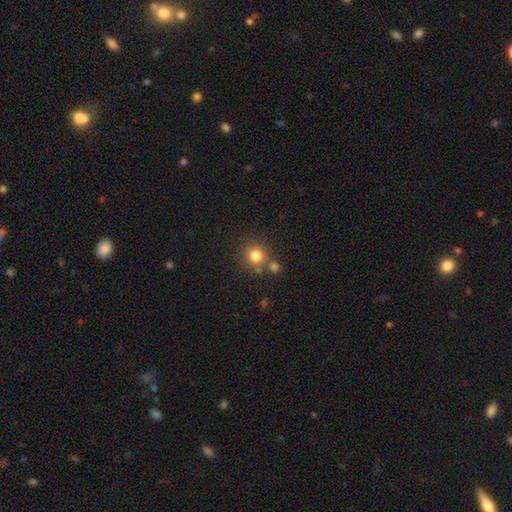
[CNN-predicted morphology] Smooth or featured? smooth (81%)
How rounded? round (90%)
Merging? none (69%)